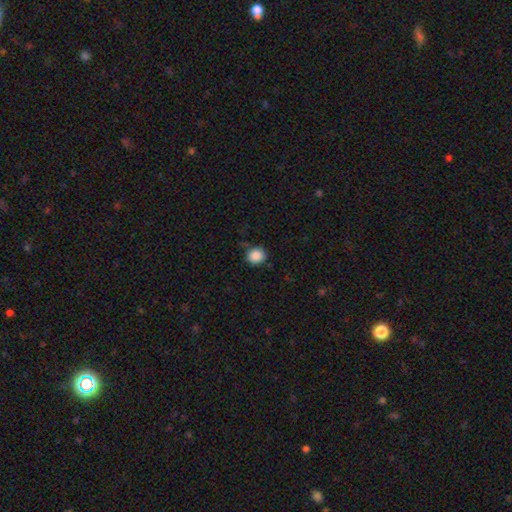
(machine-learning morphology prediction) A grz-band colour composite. It shows a smooth galaxy with no disk features (87%) that is round (83%). Merging: none (82%).